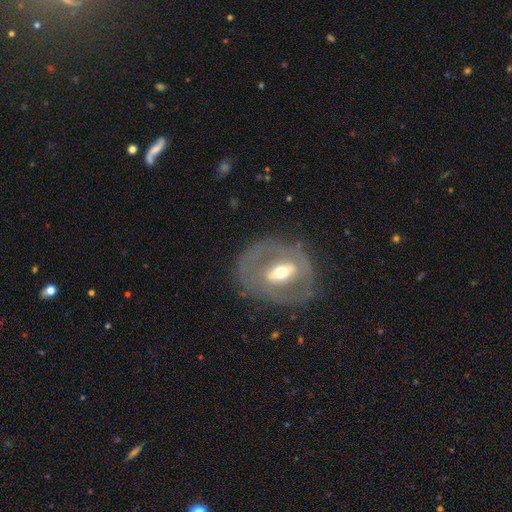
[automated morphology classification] Smooth or featured? Predicted: featured or disk (p=0.72). Edge-on disk? Predicted: no (p=0.92). Bar? Predicted: strong (p=0.41). Spiral arms? Predicted: no (p=0.51). Bulge size? Predicted: moderate (p=0.68). Merging? Predicted: none (p=0.72).